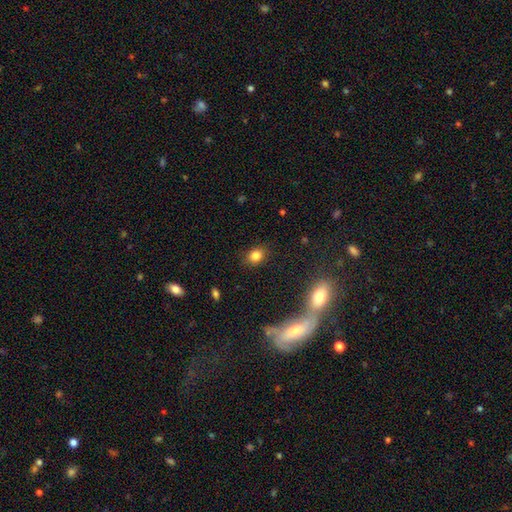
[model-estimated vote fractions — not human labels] Morphology: type=smooth (82%); roundness=in between (54%); merging=none (86%).